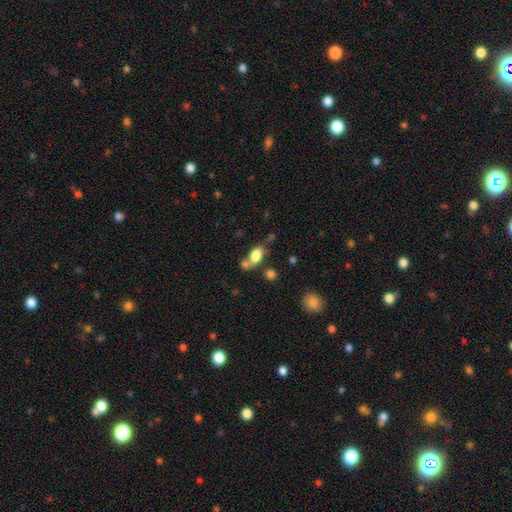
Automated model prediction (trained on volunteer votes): A smooth galaxy with no disk features (74%) that is in between round and cigar-shaped (80%). Merging: none (41%).